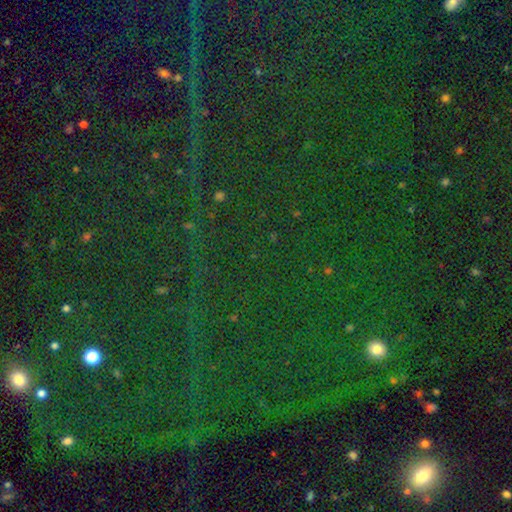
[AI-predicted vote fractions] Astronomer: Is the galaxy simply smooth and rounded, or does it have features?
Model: star or artifact — 80%.